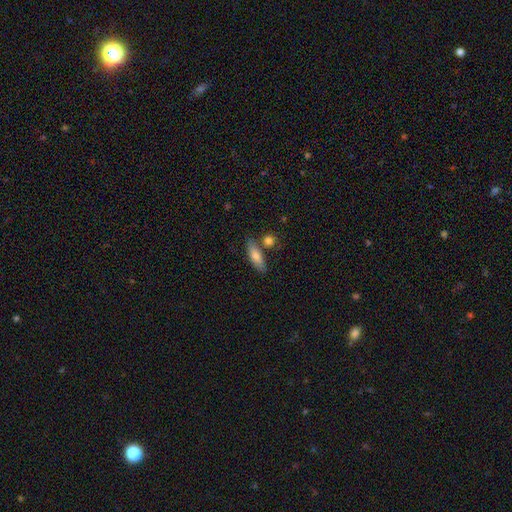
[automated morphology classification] type=smooth (75%); roundness=in between (53%); merging=none (73%).